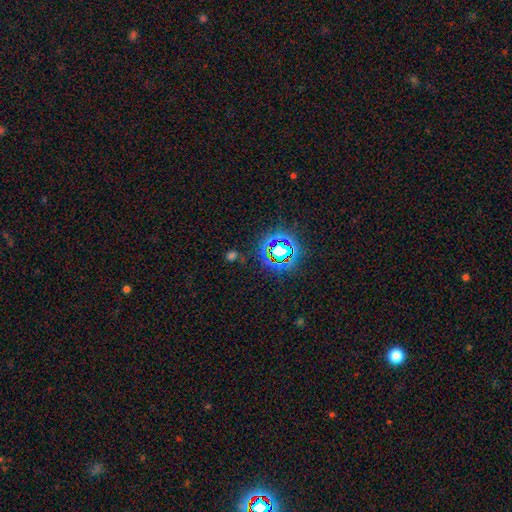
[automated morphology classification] Q: Smooth or featured?
A: star or artifact (75%); runner-up: smooth (15%)